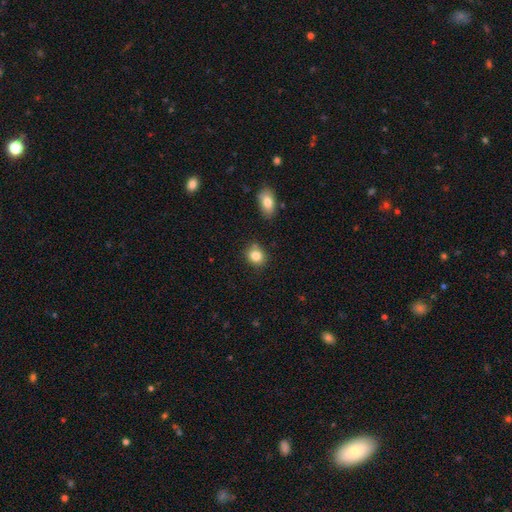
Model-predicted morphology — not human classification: A smooth galaxy with no disk features (84%) that is round (73%). Merging: none (79%).